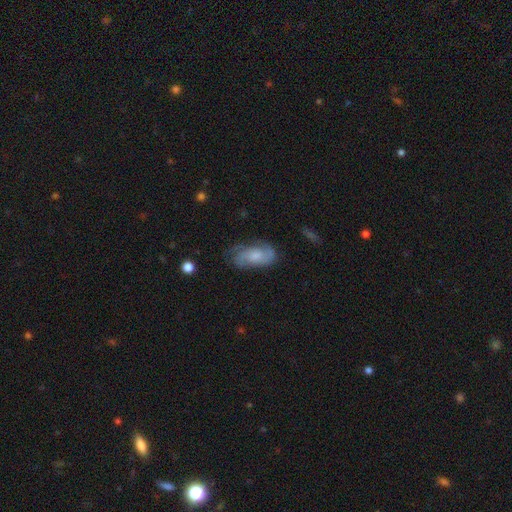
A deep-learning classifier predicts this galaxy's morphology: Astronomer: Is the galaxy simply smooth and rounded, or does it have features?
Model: featured or disk — 59% (runner-up: smooth, 34%).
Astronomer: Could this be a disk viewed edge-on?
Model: no — 95%.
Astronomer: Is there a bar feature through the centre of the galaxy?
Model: no — 71%.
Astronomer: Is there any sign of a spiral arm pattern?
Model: yes — 88%.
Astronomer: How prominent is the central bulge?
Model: moderate — 41% (runner-up: small, 35%).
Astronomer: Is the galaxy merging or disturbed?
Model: none — 60%.